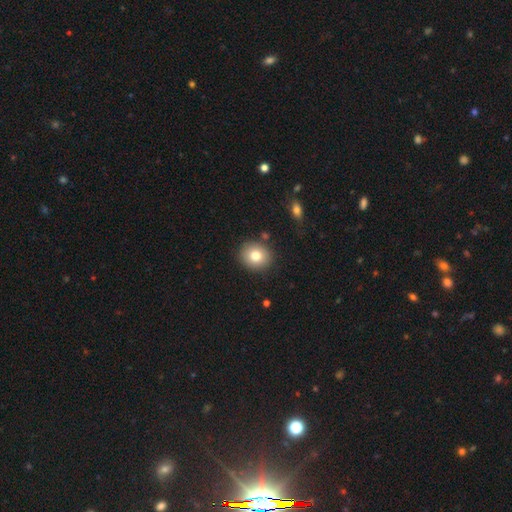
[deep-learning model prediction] smooth 79%, featured or disk 11%, star or artifact 10%. Down the decision tree: how rounded — round (76%); merging — none (86%).